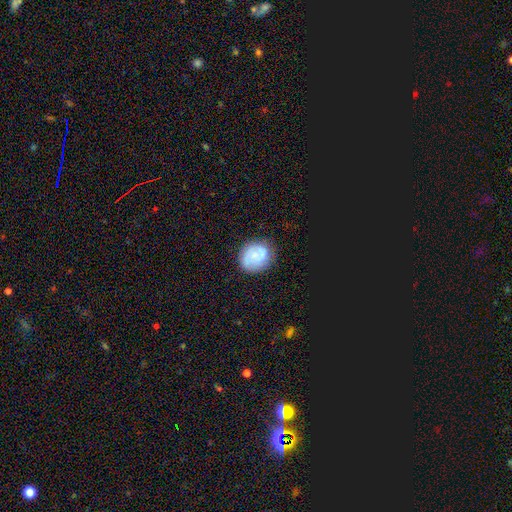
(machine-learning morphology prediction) Smooth or featured?
  - smooth: 55% *
  - featured or disk: 36%
  - star or artifact: 9%
How rounded?
  - round: 73% *
  - in between: 26%
  - cigar-shaped: 1%
Merging?
  - none: 74% *
  - minor disturbance: 18%
  - major disturbance: 6%
  - merger: 2%